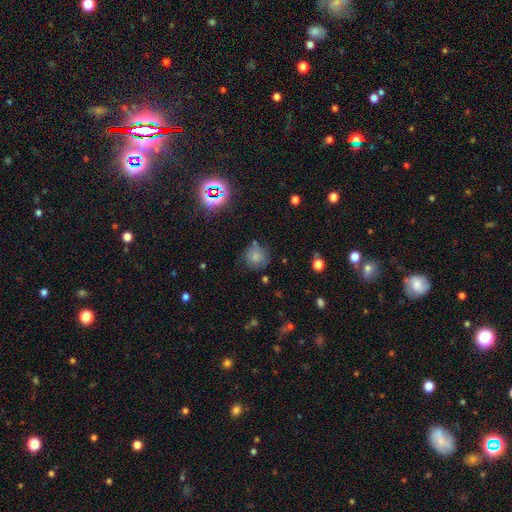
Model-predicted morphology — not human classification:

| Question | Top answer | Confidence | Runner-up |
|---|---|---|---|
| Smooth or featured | smooth | 72% | star or artifact (16%) |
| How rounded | round | 89% | in between (10%) |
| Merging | none | 71% | minor disturbance (20%) |